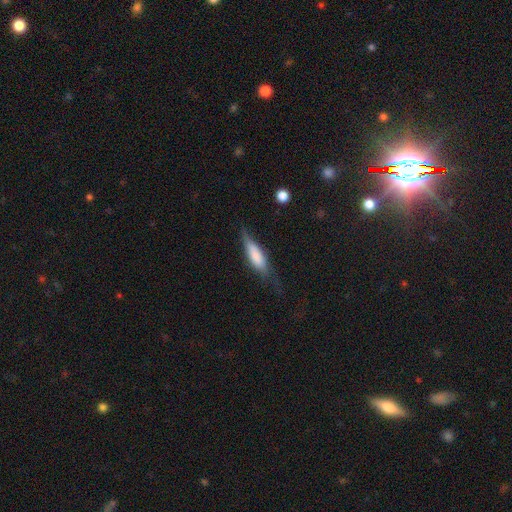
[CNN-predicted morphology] Overall: smooth (62%; featured or disk 32%). How rounded: cigar-shaped (54%; in between 43%). Merging: none (59%; minor disturbance 27%).